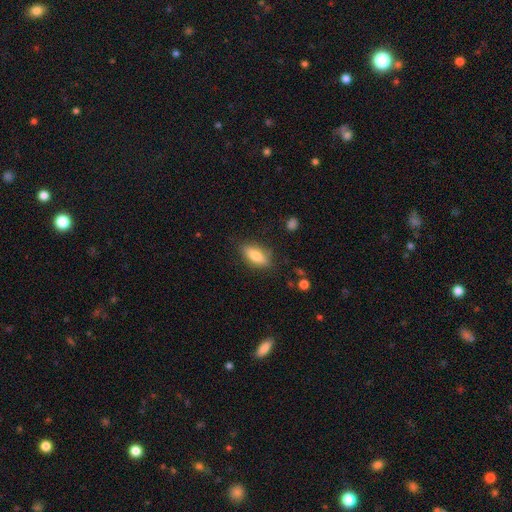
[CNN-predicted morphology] This appears to be a smooth galaxy with no disk features (66%) that is in between round and cigar-shaped (65%). Merging: none (81%).